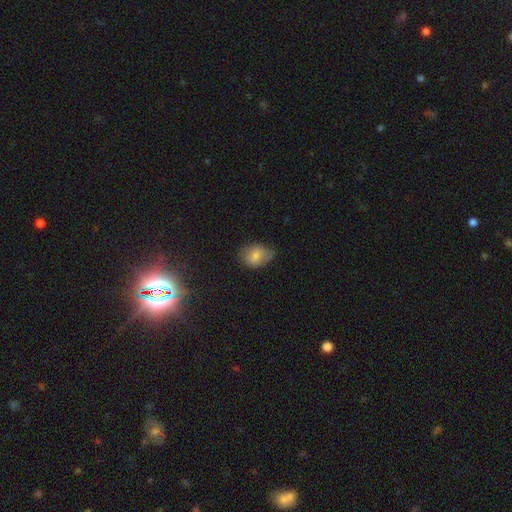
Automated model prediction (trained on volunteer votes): A smooth galaxy with no disk features (72%) that is in between round and cigar-shaped (68%).

Vote fractions:
- Smooth or featured? smooth: 72% / featured or disk: 19% / star or artifact: 9%
- How rounded? in between: 68% / round: 31% / cigar-shaped: 1%
- Merging? none: 56% / minor disturbance: 33% / major disturbance: 10% / merger: 2%